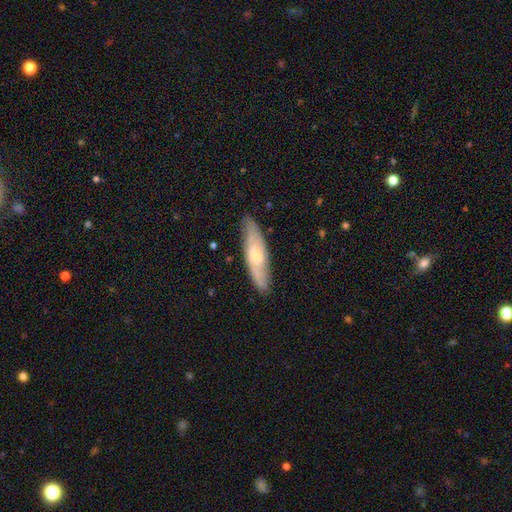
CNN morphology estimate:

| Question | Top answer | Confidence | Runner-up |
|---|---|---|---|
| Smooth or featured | featured or disk | 55% | smooth (39%) |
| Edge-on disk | no | 56% | yes (44%) |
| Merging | none | 84% | minor disturbance (12%) |